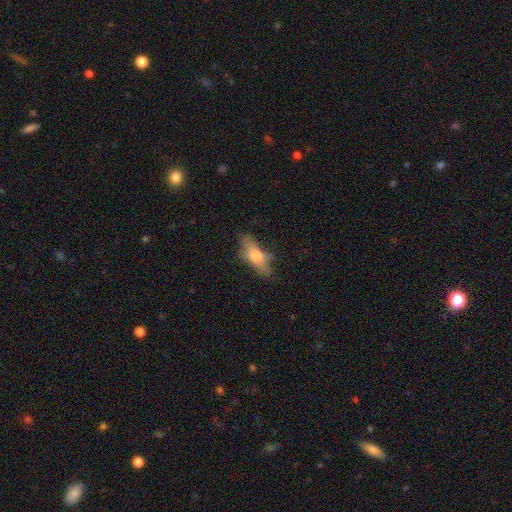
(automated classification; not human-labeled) Smooth or featured? Predicted: smooth (p=0.57). How rounded? Predicted: in between (p=0.61). Merging? Predicted: none (p=0.55).